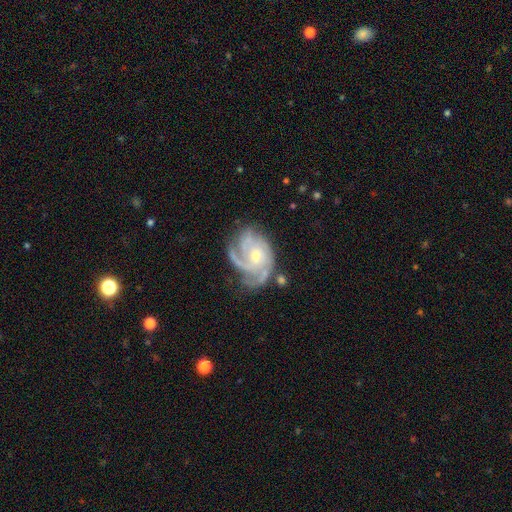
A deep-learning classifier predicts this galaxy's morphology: This is clearly a featured or disk galaxy (88%). It is clearly not viewed edge-on (98%). Bar: likely no (72%). Spiral arm pattern: clearly yes (97%). Spiral arm count: marginally 3 (45%). Spiral winding: possibly tight (57%). Central bulge: likely small (61%). Merging: possibly none (58%).